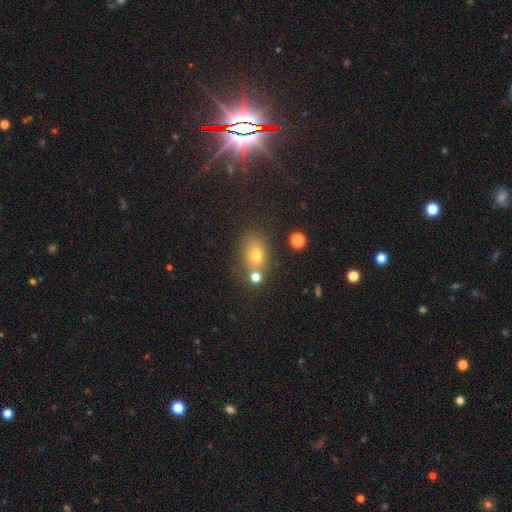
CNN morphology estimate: Q: Smooth or featured?
A: smooth (64%); runner-up: star or artifact (22%)
Q: How rounded?
A: in between (59%); runner-up: round (39%)
Q: Merging?
A: none (63%); runner-up: merger (18%)